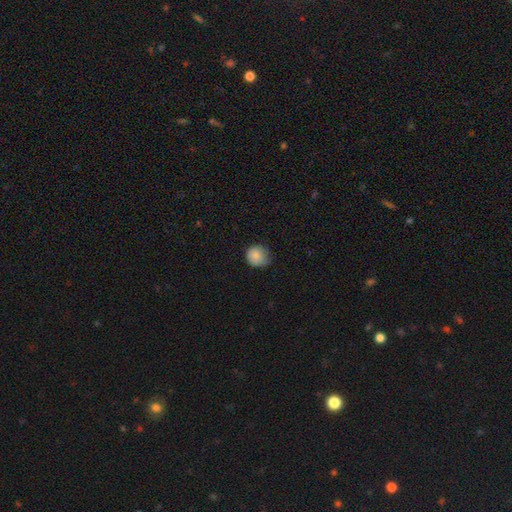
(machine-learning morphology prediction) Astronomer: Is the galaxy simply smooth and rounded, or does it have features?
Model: smooth — 85%.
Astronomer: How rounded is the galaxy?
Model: round — 86%.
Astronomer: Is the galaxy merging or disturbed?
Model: none — 63%.